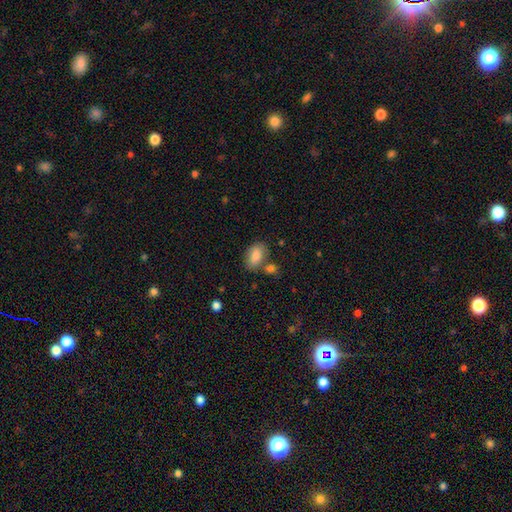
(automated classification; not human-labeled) smooth_or_featured: smooth (p=0.85) [alt: featured or disk p=0.08]
how_rounded: in between (p=0.90) [alt: round p=0.08]
merging: none (p=0.64) [alt: minor disturbance p=0.16]